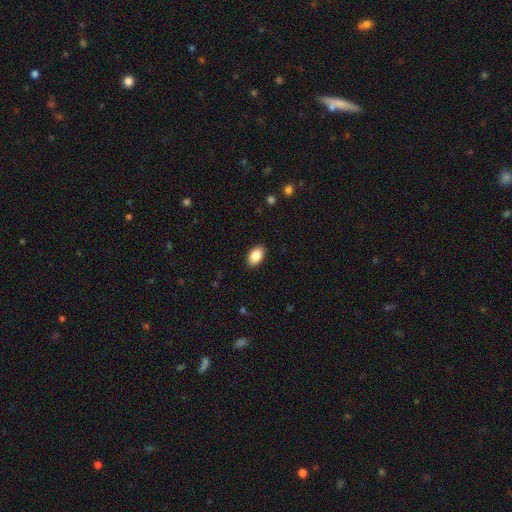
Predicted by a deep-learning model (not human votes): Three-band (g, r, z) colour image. It shows a smooth galaxy with no disk features (87%) that is in between round and cigar-shaped (90%). Merging: none (89%).